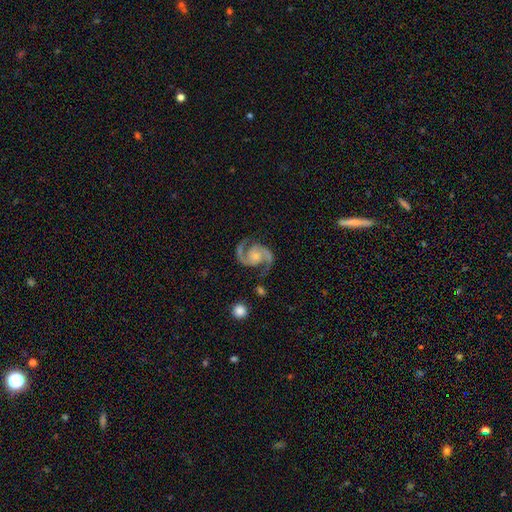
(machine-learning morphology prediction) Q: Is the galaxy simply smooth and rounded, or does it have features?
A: featured or disk — 93%.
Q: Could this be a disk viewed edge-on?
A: no — 98%.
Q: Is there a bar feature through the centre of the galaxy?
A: no — 64%.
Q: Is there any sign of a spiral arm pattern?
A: yes — 99%.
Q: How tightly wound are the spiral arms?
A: medium — 66%.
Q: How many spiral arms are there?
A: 2 — 95%.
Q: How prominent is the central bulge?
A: small — 47%.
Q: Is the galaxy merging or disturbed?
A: none — 80%.